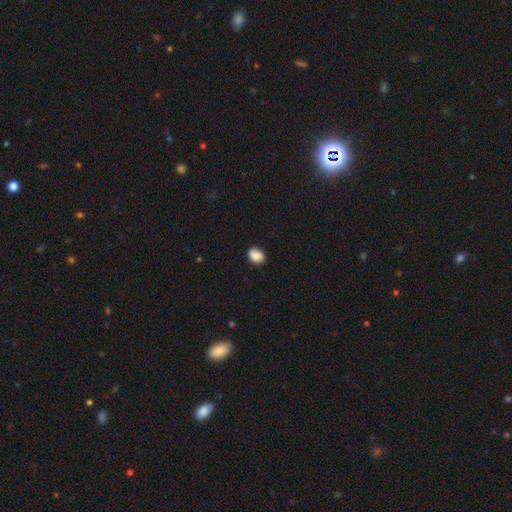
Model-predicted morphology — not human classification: Q: Smooth or featured?
A: smooth (84%); runner-up: star or artifact (9%)
Q: How rounded?
A: in between (55%); runner-up: round (44%)
Q: Merging?
A: none (76%); runner-up: minor disturbance (18%)